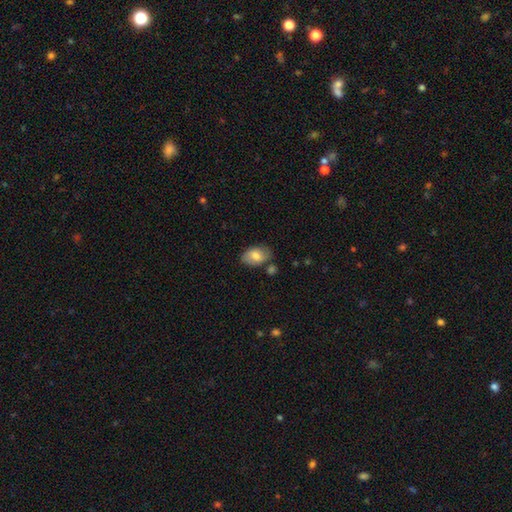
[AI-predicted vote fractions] Smooth or featured? Predicted: smooth (p=0.73). How rounded? Predicted: in between (p=0.89). Merging? Predicted: none (p=0.72).